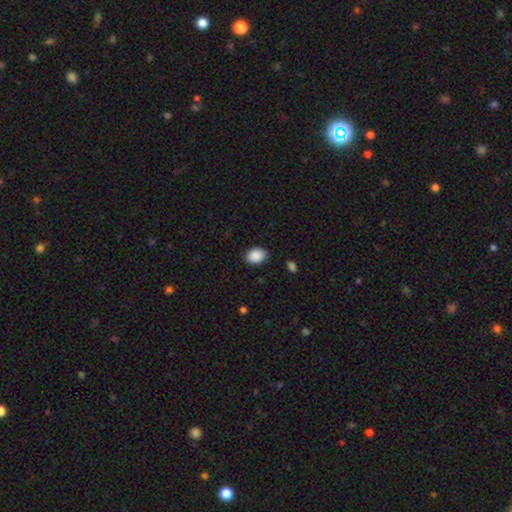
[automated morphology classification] Smooth or featured: smooth — 90% (star or artifact — 7%)
How rounded: in between — 74% (round — 25%)
Merging: none — 84% (minor disturbance — 13%)